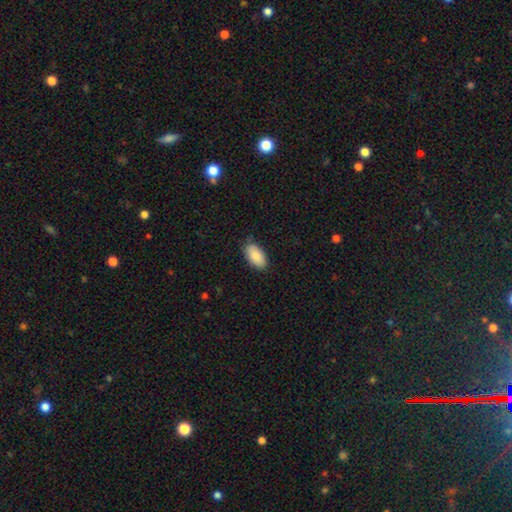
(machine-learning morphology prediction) This appears to be a smooth galaxy with no disk features (85%) that is in between round and cigar-shaped (95%). Merging: none (81%).